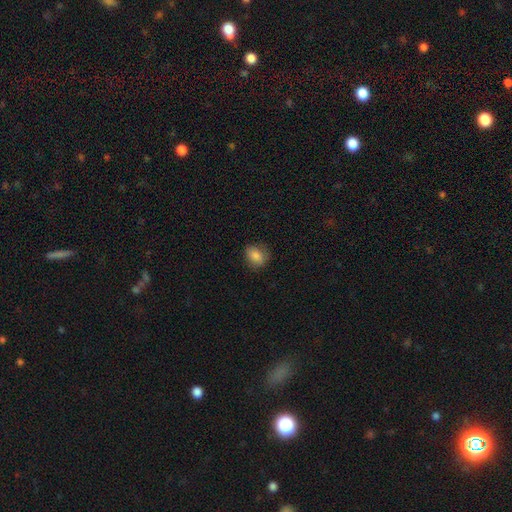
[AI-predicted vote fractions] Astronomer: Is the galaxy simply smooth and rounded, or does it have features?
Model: smooth — 83%.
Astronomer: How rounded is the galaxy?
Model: round — 50% (runner-up: in between, 49%).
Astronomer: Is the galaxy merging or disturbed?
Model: none — 79%.